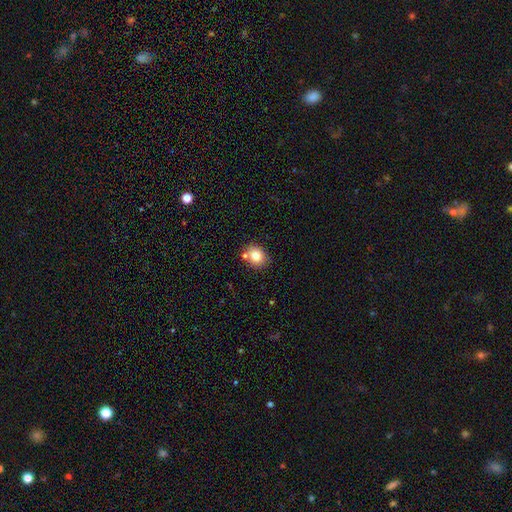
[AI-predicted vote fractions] Smooth or featured?
  - smooth: 80% *
  - star or artifact: 10%
  - featured or disk: 9%
How rounded?
  - round: 66% *
  - in between: 34%
  - cigar-shaped: 1%
Merging?
  - none: 73% *
  - merger: 13%
  - minor disturbance: 12%
  - major disturbance: 3%